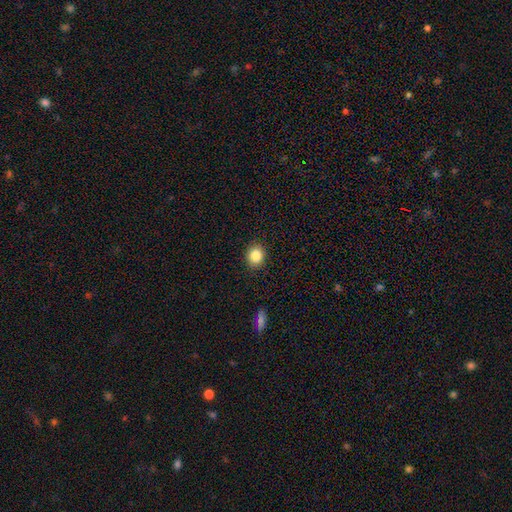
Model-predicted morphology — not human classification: Overall: smooth (85%). How rounded: round (67%; in between 32%). Merging: none (89%).